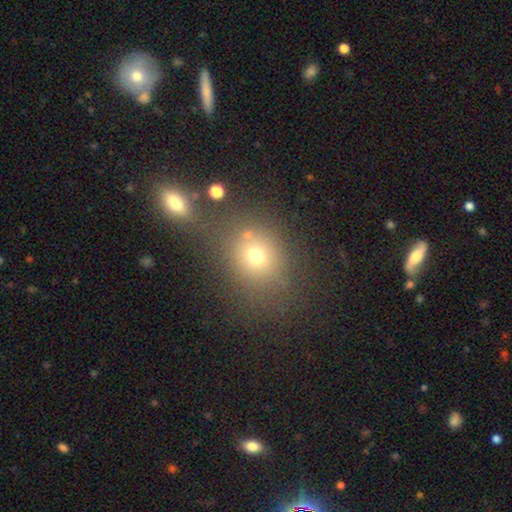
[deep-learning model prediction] smooth_or_featured: smooth (p=0.70) [alt: star or artifact p=0.17]
how_rounded: round (p=0.64) [alt: in between p=0.35]
merging: none (p=0.62) [alt: merger p=0.19]